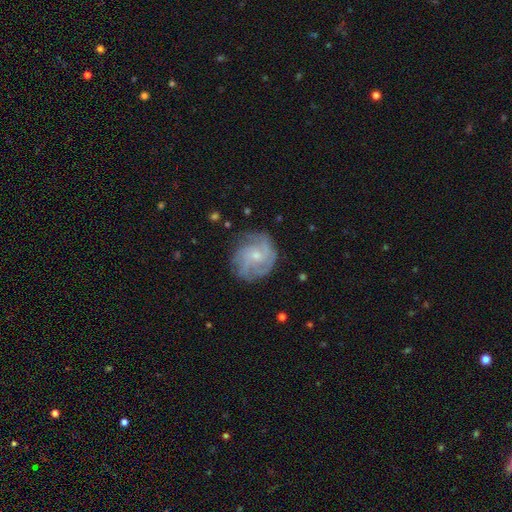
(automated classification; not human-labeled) featured or disk 79%, smooth 14%, star or artifact 7%. Down the decision tree: edge-on disk — no (98%); bar — no (71%); spiral arms — yes (95%); spiral arm count — 3 (32%); spiral winding — tight (52%); bulge size — small (65%); merging — none (74%).